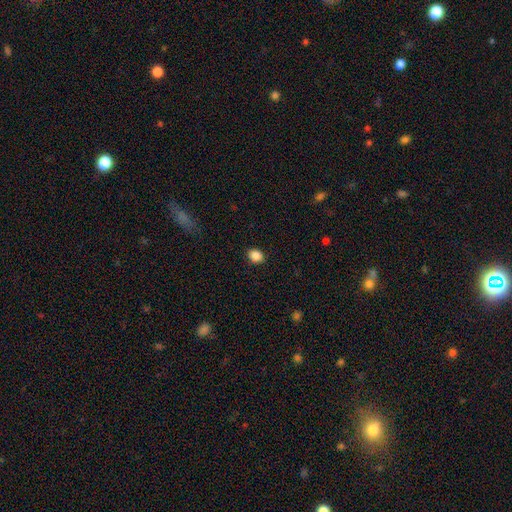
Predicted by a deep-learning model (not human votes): smooth 87%, star or artifact 9%, featured or disk 3%. Down the decision tree: how rounded — round (50%); merging — none (89%).